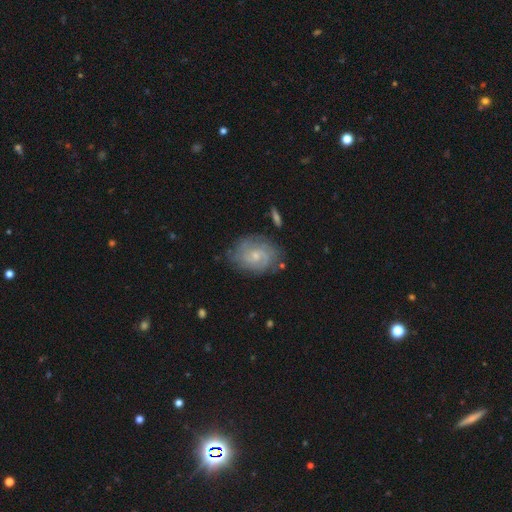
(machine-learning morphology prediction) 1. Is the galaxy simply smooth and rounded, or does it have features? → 78% featured or disk, 15% smooth, 7% star or artifact.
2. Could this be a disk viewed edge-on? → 97% no, 3% yes.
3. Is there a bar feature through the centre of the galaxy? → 65% no, 31% weak, 4% strong.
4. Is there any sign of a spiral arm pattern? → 93% yes, 7% no.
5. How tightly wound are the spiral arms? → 63% tight, 29% medium, 8% loose.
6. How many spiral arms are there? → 38% 2, 33% can't tell, 15% 3, 6% 4, 4% 1, 4% more than 4.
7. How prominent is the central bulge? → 65% small, 29% moderate, 3% none, 1% large, 1% dominant.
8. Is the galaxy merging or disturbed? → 75% none, 17% minor disturbance, 6% major disturbance, 2% merger.